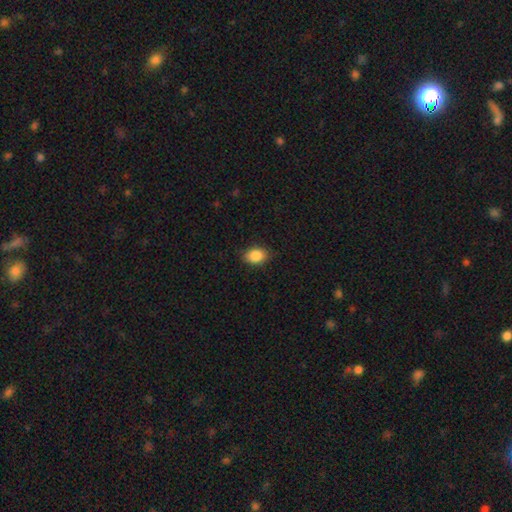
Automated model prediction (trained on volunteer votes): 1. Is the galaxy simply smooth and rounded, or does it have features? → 88% smooth, 8% star or artifact, 5% featured or disk.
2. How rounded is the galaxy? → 79% in between, 20% round, 1% cigar-shaped.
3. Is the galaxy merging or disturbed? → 85% none, 12% minor disturbance, 2% major disturbance, 1% merger.